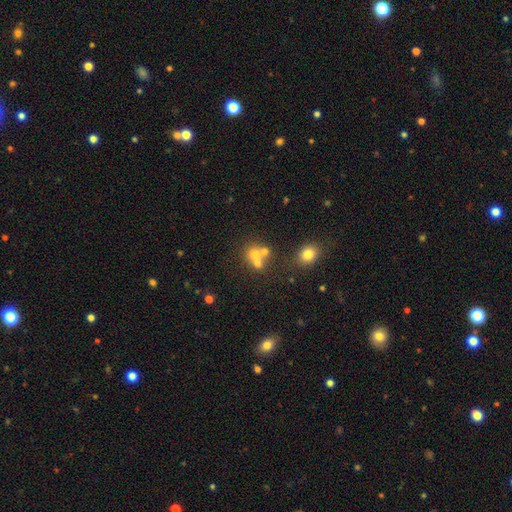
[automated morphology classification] smooth_or_featured: smooth (p=0.57) [alt: featured or disk p=0.23]
how_rounded: round (p=0.69) [alt: in between p=0.30]
merging: merger (p=0.52) [alt: none p=0.36]